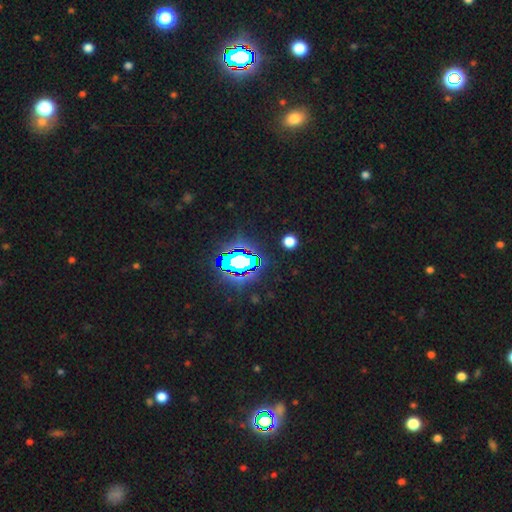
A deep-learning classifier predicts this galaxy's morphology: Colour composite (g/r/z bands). It shows a star or artifact, not a galaxy (81%).